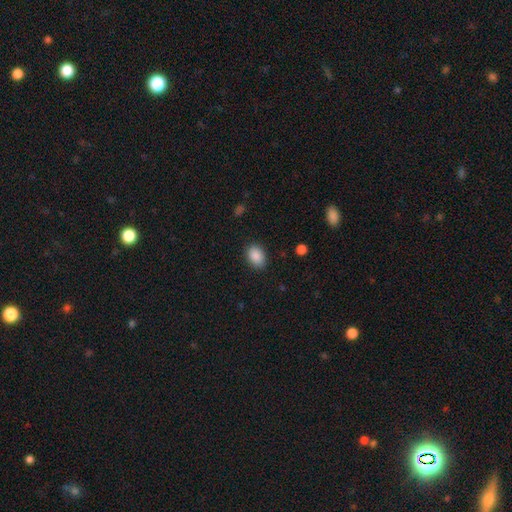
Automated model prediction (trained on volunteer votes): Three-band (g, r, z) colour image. It shows a smooth galaxy with no disk features (89%) that is in between round and cigar-shaped (78%). Merging: none (86%).